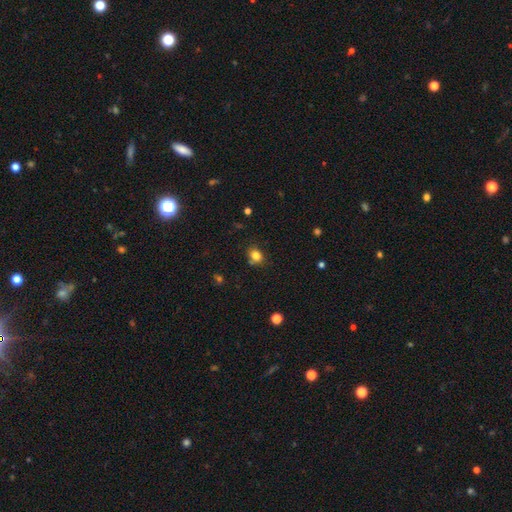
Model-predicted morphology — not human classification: type=smooth (81%); roundness=round (62%); merging=none (75%).